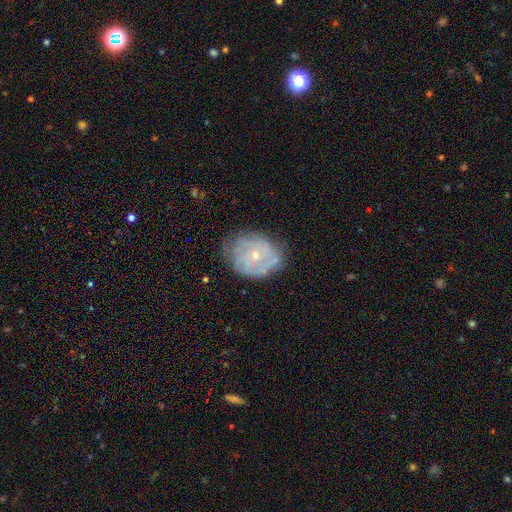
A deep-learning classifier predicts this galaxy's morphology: type=featured or disk (70%); edge-on=no (97%); bar=no (80%); spiral arms=yes (73%); bulge=small (64%); merging=none (62%).